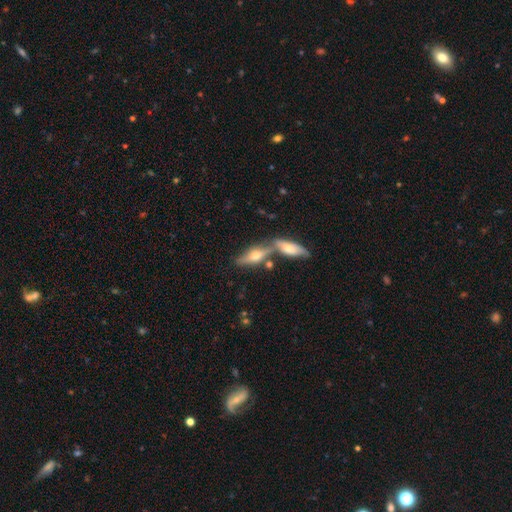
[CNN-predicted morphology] smooth-or-featured: featured or disk: 49% | smooth: 44% | star or artifact: 7%
  merging: none: 48% | merger: 37% | minor disturbance: 11% | major disturbance: 4%